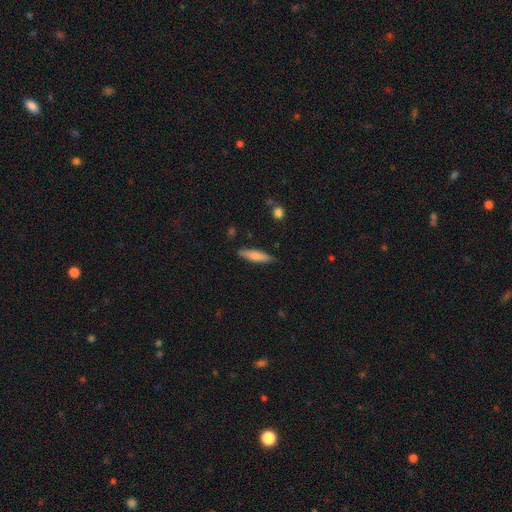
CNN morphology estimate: Smooth or featured?
  - smooth: 70% *
  - featured or disk: 24%
  - star or artifact: 6%
How rounded?
  - cigar-shaped: 77% *
  - in between: 21%
  - round: 2%
Merging?
  - none: 84% *
  - minor disturbance: 12%
  - major disturbance: 2%
  - merger: 1%